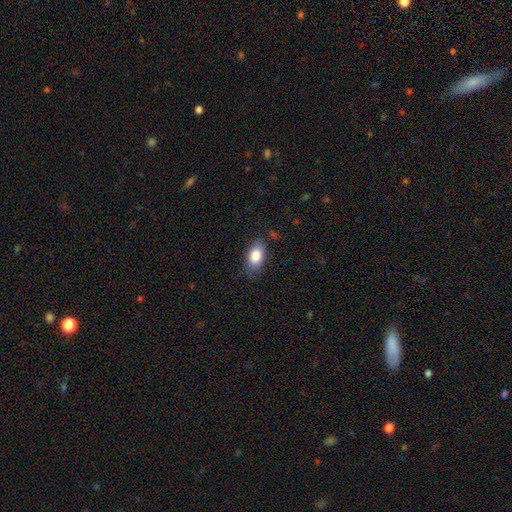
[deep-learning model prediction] Morphology: type=smooth (84%); roundness=in between (90%); merging=none (77%).